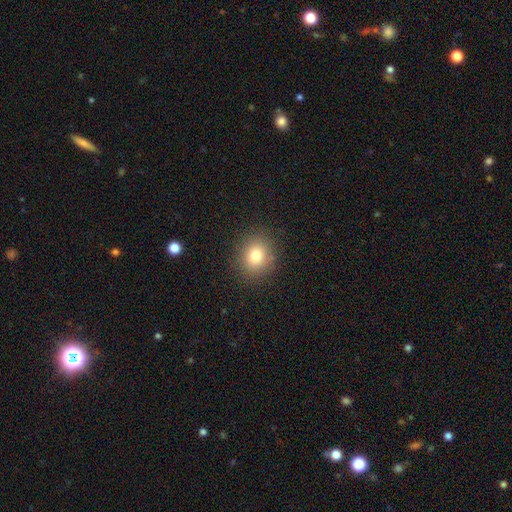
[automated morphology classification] smooth-or-featured: smooth: 78% | star or artifact: 13% | featured or disk: 9%
  how-rounded: round: 78% | in between: 21% | cigar-shaped: 1%
  merging: none: 88% | minor disturbance: 8% | major disturbance: 3% | merger: 1%